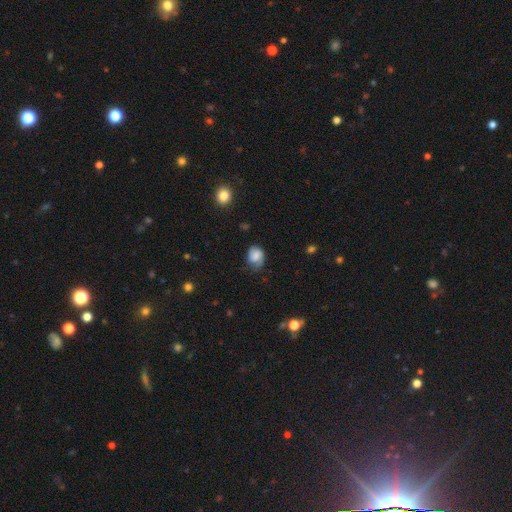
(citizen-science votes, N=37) Smooth or featured? 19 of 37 (51%) said featured or disk. Edge-on disk? 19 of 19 (100%) said no. Bar? 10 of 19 (53%) said no. Spiral arms? 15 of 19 (79%) said yes. Spiral winding? 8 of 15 (53%) said tight. Spiral arm count? 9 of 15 (60%) said 2. Bulge size? 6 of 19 (32%) said none. Merging? 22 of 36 (61%) said none.